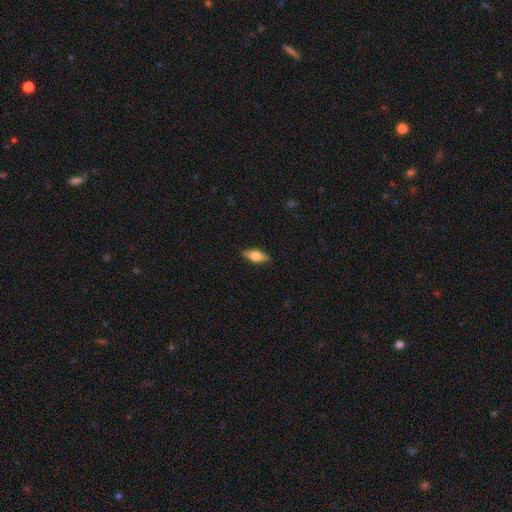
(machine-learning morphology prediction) Smooth or featured? Predicted: smooth (p=0.64). How rounded? Predicted: in between (p=0.75). Merging? Predicted: none (p=0.88).